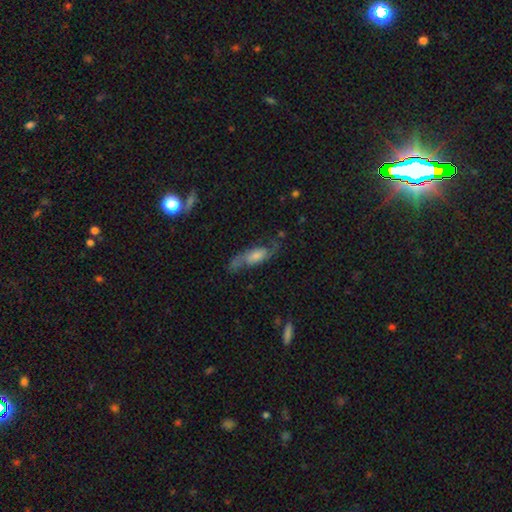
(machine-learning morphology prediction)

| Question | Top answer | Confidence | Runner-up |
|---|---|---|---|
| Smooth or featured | featured or disk | 73% | smooth (19%) |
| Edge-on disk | no | 86% | yes (14%) |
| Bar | no | 54% | weak (35%) |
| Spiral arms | yes | 92% | no (8%) |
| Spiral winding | loose | 48% | medium (39%) |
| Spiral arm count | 2 | 88% | can't tell (6%) |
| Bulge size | moderate | 40% | small (35%) |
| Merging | none | 68% | minor disturbance (19%) |